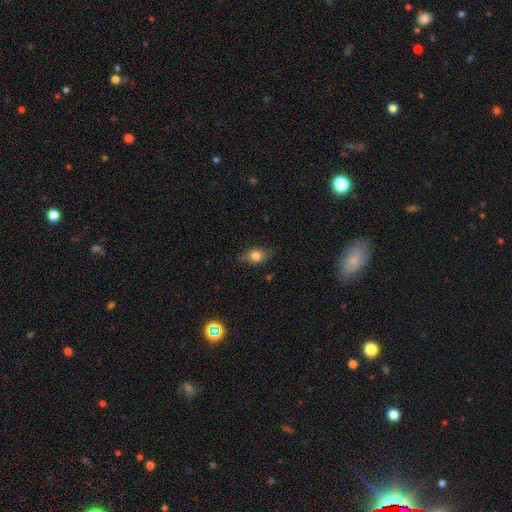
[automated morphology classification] smooth-or-featured: smooth: 79% | featured or disk: 12% | star or artifact: 9%
  how-rounded: in between: 74% | round: 22% | cigar-shaped: 3%
  merging: none: 77% | minor disturbance: 18% | major disturbance: 4% | merger: 1%